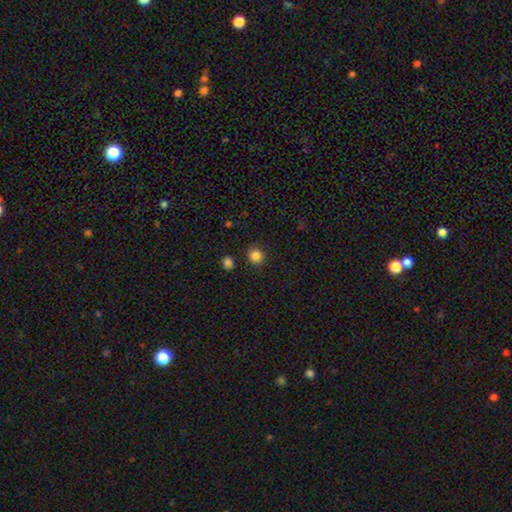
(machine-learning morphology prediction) Smooth or featured? smooth (85%)
How rounded? round (93%)
Merging? none (88%)